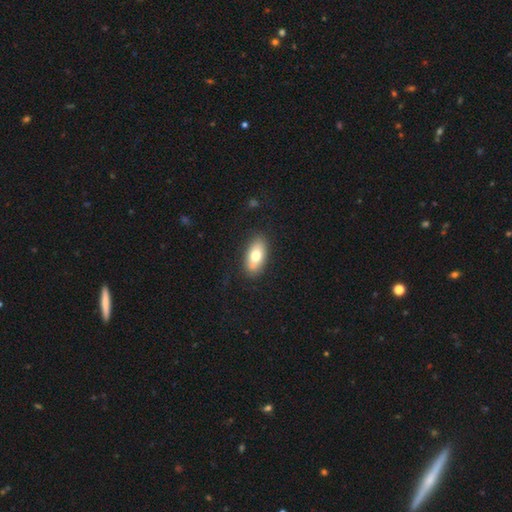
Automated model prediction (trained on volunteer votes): smooth-or-featured: smooth: 71% | featured or disk: 22% | star or artifact: 7%
  how-rounded: in between: 89% | cigar-shaped: 7% | round: 4%
  merging: none: 81% | minor disturbance: 13% | major disturbance: 3% | merger: 3%